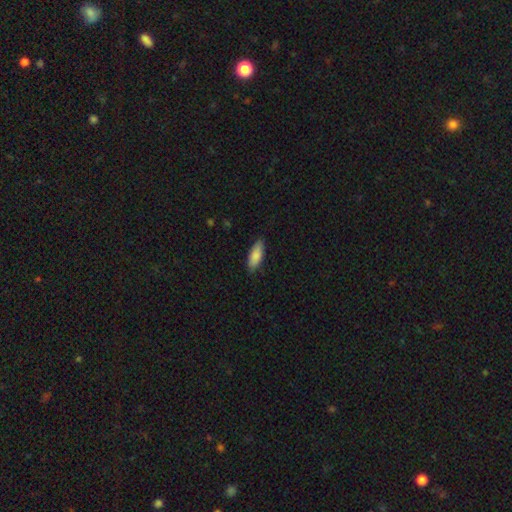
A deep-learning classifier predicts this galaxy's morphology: The model was most divided on "how rounded": in between: 70%, cigar-shaped: 29%, round: 2%. More confident: smooth or featured — smooth (86%); merging — none (86%).